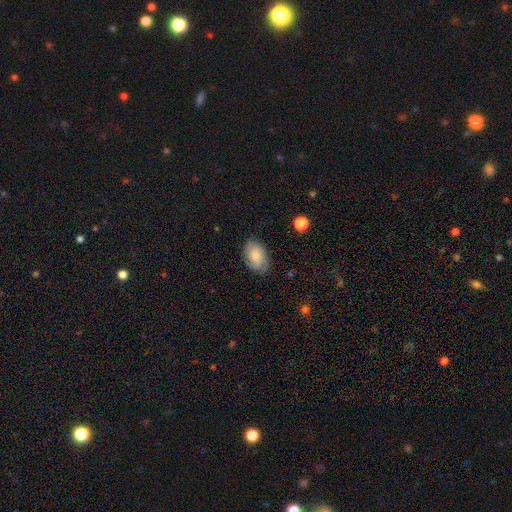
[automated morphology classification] smooth-or-featured: smooth: 54% | featured or disk: 38% | star or artifact: 8%
  how-rounded: in between: 86% | round: 13% | cigar-shaped: 1%
  merging: none: 75% | minor disturbance: 19% | major disturbance: 5% | merger: 1%